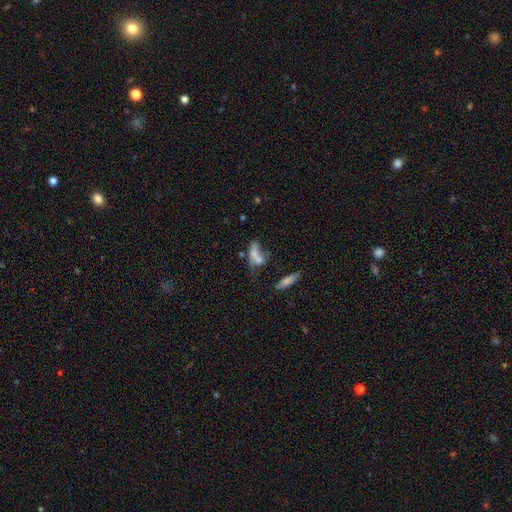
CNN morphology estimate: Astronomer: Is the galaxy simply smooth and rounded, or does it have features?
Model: smooth — 64%.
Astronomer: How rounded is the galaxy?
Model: in between — 66%.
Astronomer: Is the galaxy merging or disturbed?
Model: merger — 41% (runner-up: none, 29%).